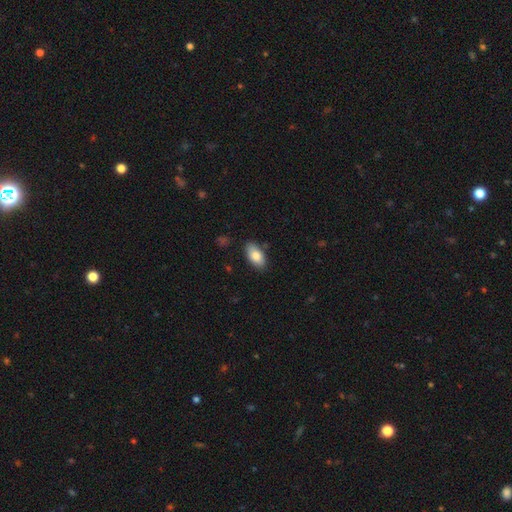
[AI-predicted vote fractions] This appears to be a smooth galaxy with no disk features (82%) that is in between round and cigar-shaped (93%). Merging: none (83%).